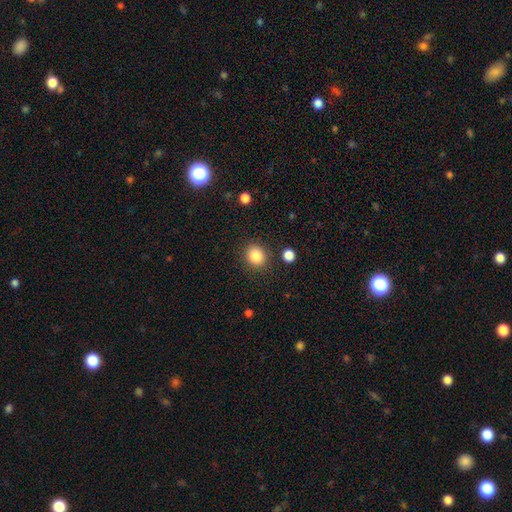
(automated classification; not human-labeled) Overall: smooth (86%). How rounded: round (76%). Merging: none (86%).